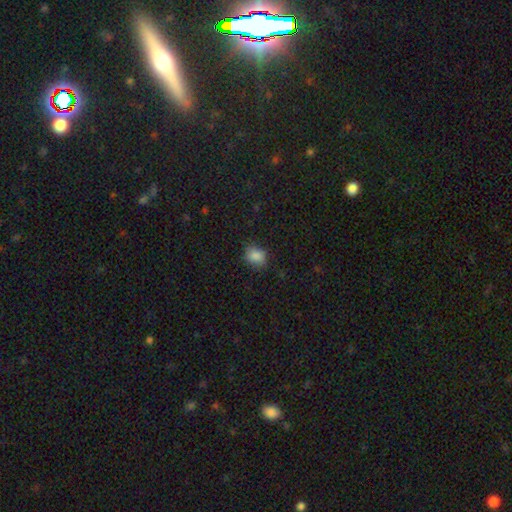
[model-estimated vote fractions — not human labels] This appears to be a smooth galaxy with no disk features (86%) that is round (55%). Merging: none (78%).